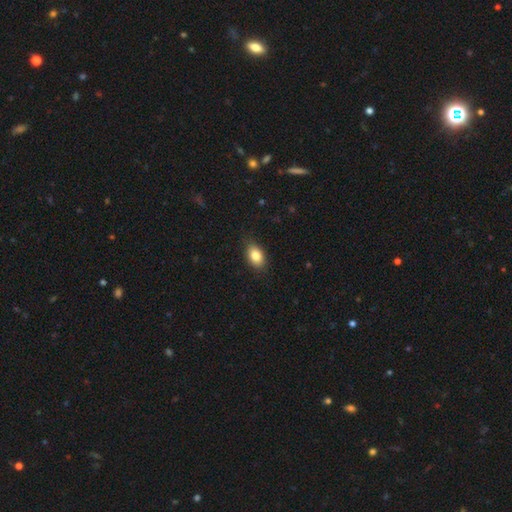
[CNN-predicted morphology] A smooth galaxy with no disk features (84%) that is in between round and cigar-shaped (84%). Merging: none (85%).